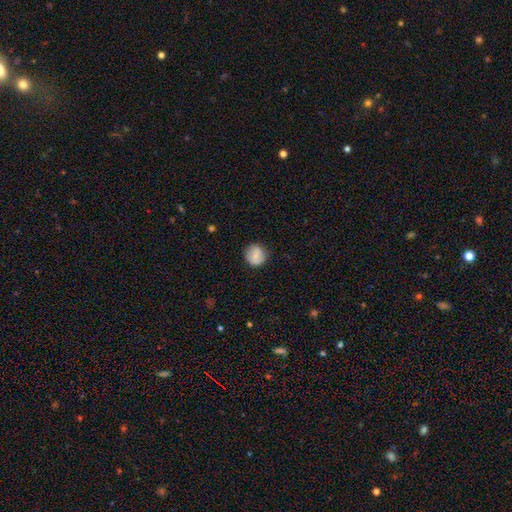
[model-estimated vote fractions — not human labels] smooth-or-featured: smooth: 75% | featured or disk: 18% | star or artifact: 8%
  how-rounded: round: 90% | in between: 9% | cigar-shaped: 1%
  merging: none: 84% | minor disturbance: 12% | major disturbance: 3% | merger: 1%